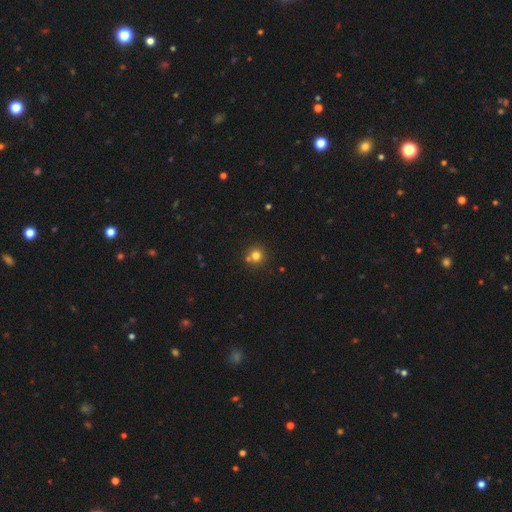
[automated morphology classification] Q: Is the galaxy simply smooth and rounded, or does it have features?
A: smooth — 78%.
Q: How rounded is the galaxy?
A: round — 93%.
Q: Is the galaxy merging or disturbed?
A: none — 74%.